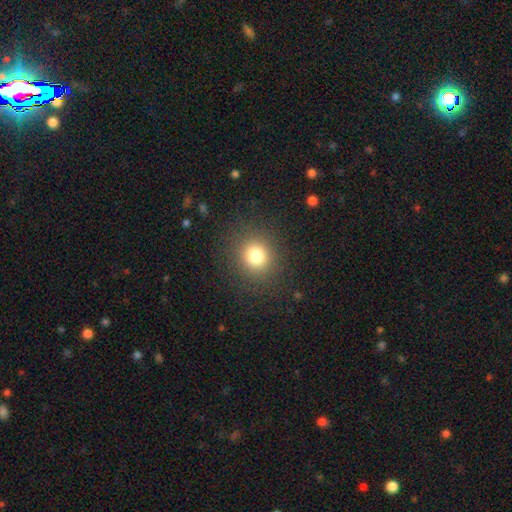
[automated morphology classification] A smooth galaxy with no disk features (78%) that is round (87%).

Vote fractions:
- Smooth or featured? smooth: 78% / star or artifact: 14% / featured or disk: 7%
- How rounded? round: 87% / in between: 12% / cigar-shaped: 1%
- Merging? none: 88% / minor disturbance: 7% / major disturbance: 4% / merger: 1%